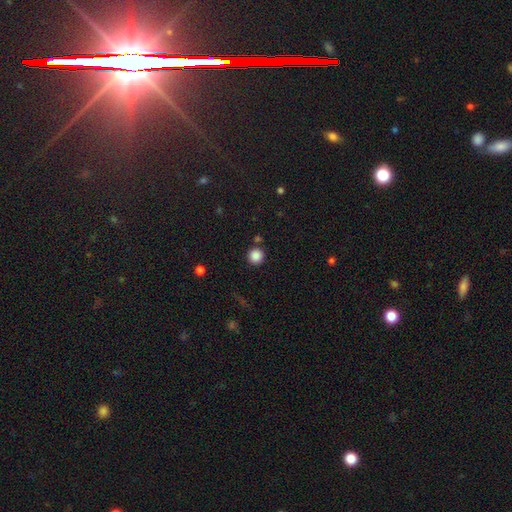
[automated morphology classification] Q: Smooth or featured?
A: smooth (86%); runner-up: star or artifact (10%)
Q: How rounded?
A: round (95%); runner-up: in between (4%)
Q: Merging?
A: none (86%); runner-up: minor disturbance (6%)